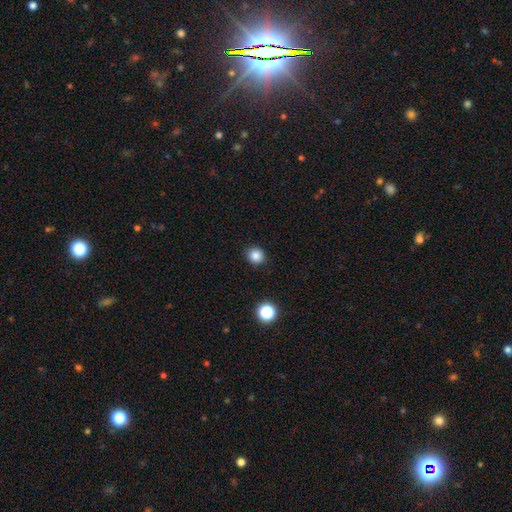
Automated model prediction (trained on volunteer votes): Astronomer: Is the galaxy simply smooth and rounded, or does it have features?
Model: smooth — 85%.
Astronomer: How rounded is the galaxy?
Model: round — 90%.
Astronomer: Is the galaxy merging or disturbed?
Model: none — 91%.